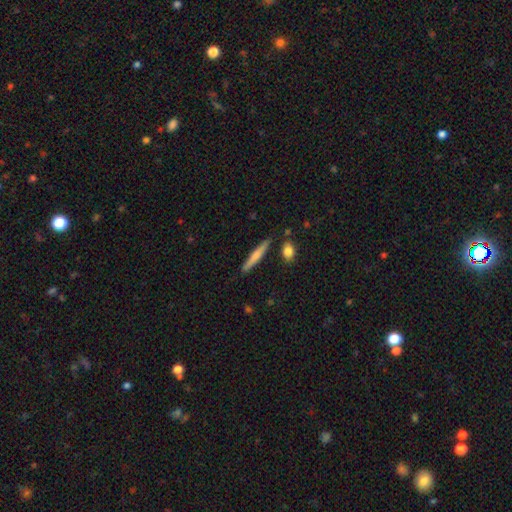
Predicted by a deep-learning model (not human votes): smooth_or_featured: smooth (p=0.61) [alt: featured or disk p=0.33]
how_rounded: cigar-shaped (p=0.93) [alt: in between p=0.06]
merging: none (p=0.85) [alt: minor disturbance p=0.09]